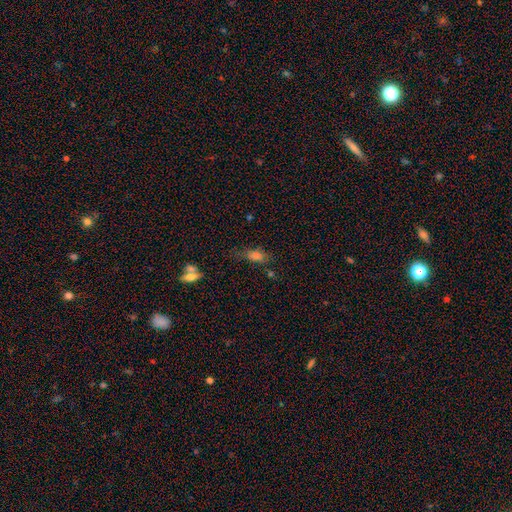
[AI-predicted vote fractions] Smooth or featured? Predicted: smooth (p=0.69). How rounded? Predicted: in between (p=0.71). Merging? Predicted: none (p=0.54).